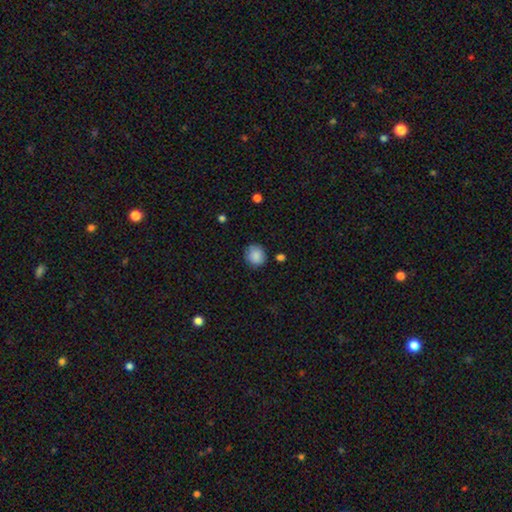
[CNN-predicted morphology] Smooth or featured?
  - smooth: 88% *
  - star or artifact: 8%
  - featured or disk: 4%
How rounded?
  - round: 89% *
  - in between: 10%
  - cigar-shaped: 1%
Merging?
  - none: 84% *
  - minor disturbance: 11%
  - major disturbance: 3%
  - merger: 2%